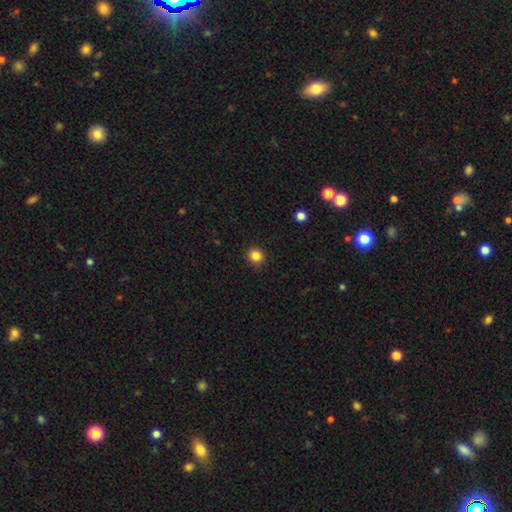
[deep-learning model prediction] The model was most divided on "smooth or featured": smooth: 85%, star or artifact: 11%, featured or disk: 4%. More confident: merging — none (91%); how rounded — round (90%).